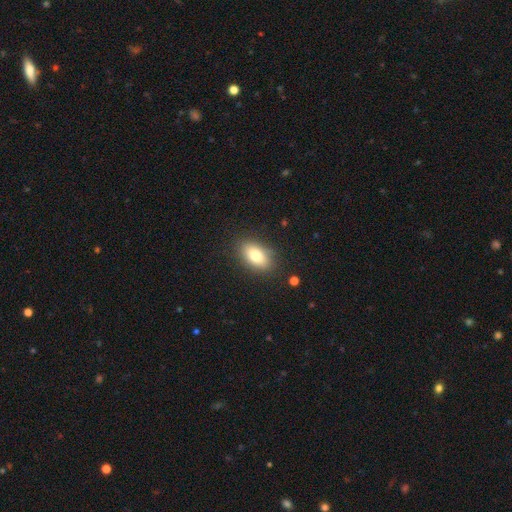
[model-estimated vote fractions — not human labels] Smooth or featured? Predicted: smooth (p=0.80). How rounded? Predicted: in between (p=0.89). Merging? Predicted: none (p=0.85).